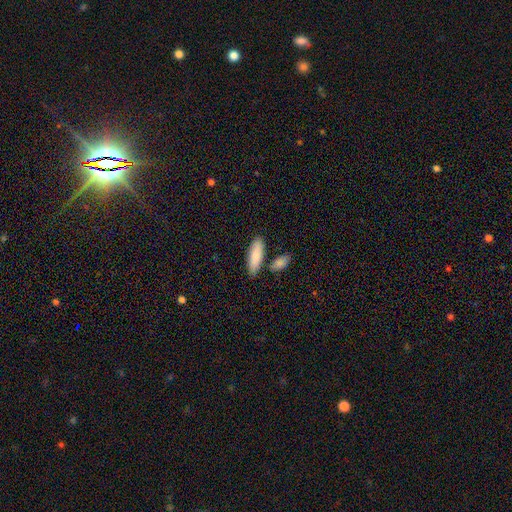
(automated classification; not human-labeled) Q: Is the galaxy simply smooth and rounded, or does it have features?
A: smooth — 85%.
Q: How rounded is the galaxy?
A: in between — 58%.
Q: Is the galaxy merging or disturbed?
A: none — 76%.